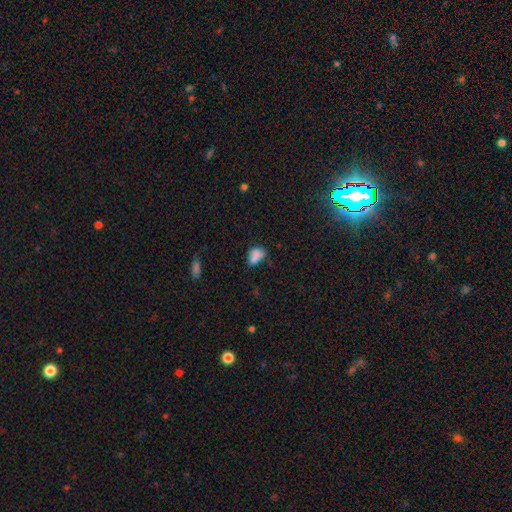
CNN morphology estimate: Smooth or featured? smooth (74%)
How rounded? in between (77%)
Merging? merger (37%)